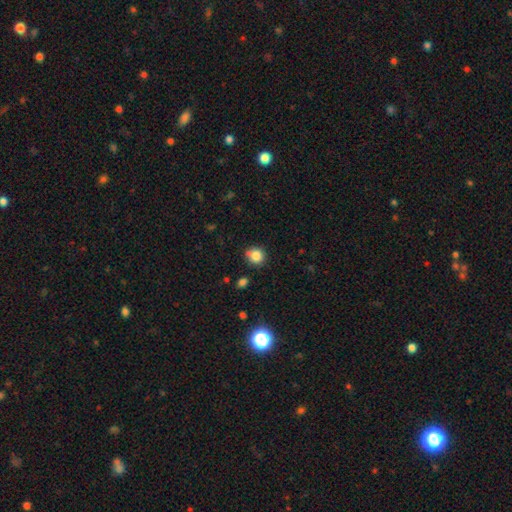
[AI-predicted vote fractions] smooth 83%, star or artifact 11%, featured or disk 6%. Down the decision tree: how rounded — round (86%); merging — none (72%).